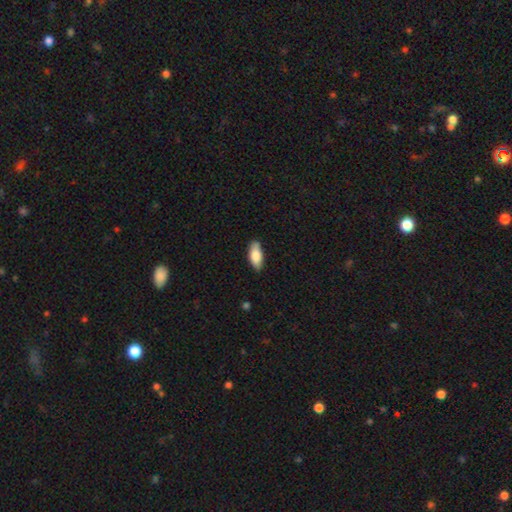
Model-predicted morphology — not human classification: type=smooth (80%); roundness=in between (83%); merging=none (83%).